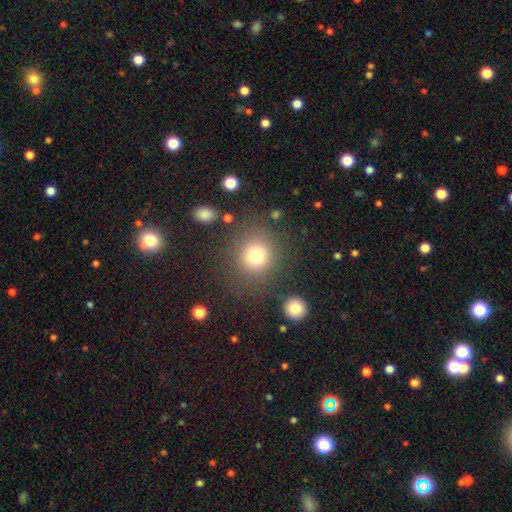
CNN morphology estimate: A smooth galaxy with no disk features (78%) that is round (87%). Merging: none (80%).